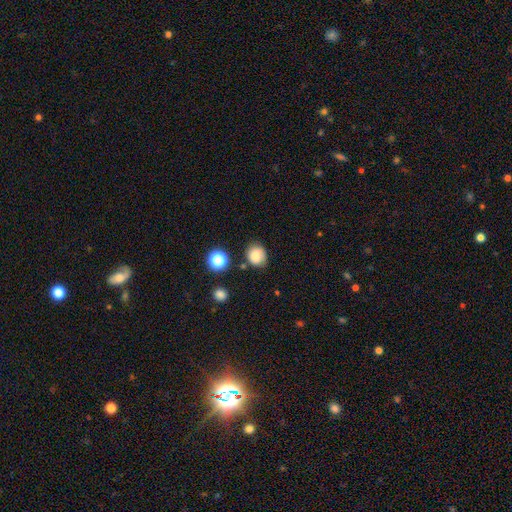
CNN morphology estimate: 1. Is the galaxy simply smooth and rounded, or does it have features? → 79% smooth, 11% star or artifact, 10% featured or disk.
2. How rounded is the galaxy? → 67% round, 33% in between, 1% cigar-shaped.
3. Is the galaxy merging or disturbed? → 71% none, 20% minor disturbance, 5% major disturbance, 5% merger.